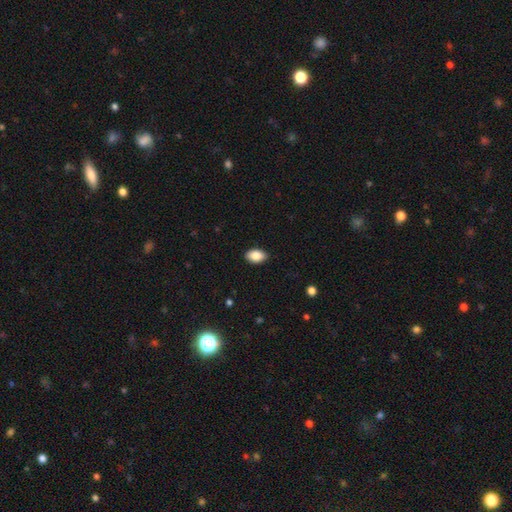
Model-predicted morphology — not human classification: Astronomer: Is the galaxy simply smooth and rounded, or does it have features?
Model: smooth — 85%.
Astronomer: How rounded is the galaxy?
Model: in between — 90%.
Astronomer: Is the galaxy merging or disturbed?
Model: none — 88%.